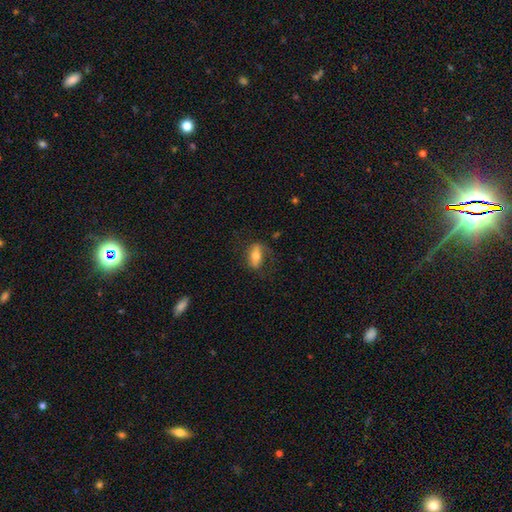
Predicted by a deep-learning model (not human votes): smooth_or_featured: smooth (p=0.57) [alt: featured or disk p=0.36]
how_rounded: in between (p=0.73) [alt: cigar-shaped p=0.20]
merging: none (p=0.68) [alt: minor disturbance p=0.19]